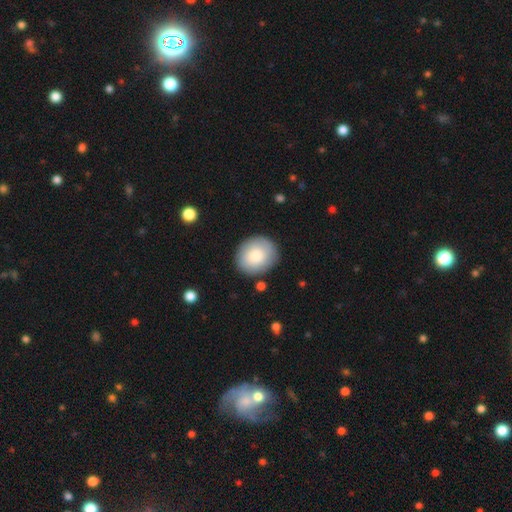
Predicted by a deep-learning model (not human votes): Smooth or featured? smooth (82%)
How rounded? round (72%)
Merging? none (86%)